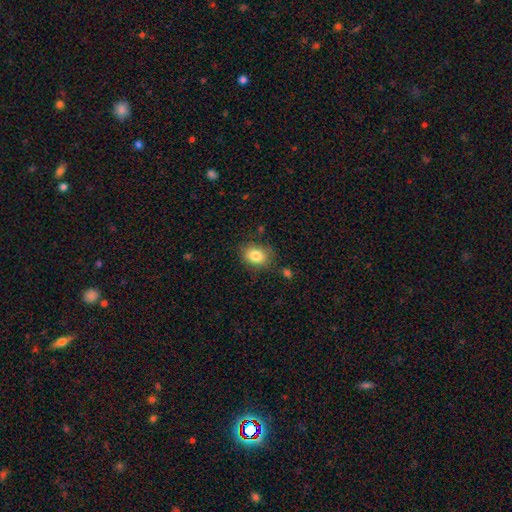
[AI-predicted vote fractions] smooth-or-featured: smooth: 83% | star or artifact: 9% | featured or disk: 8%
  how-rounded: in between: 63% | round: 36% | cigar-shaped: 1%
  merging: none: 78% | minor disturbance: 15% | major disturbance: 4% | merger: 3%